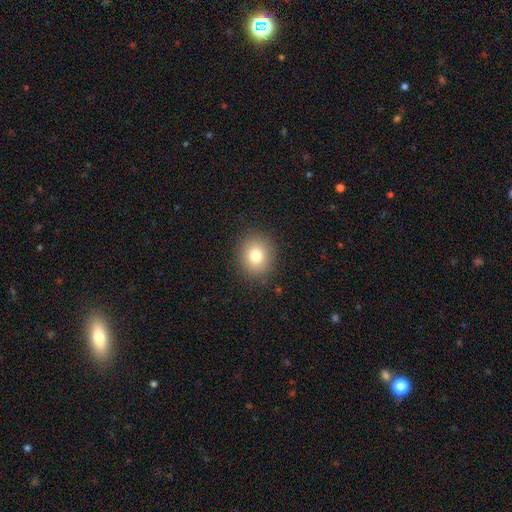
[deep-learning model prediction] A smooth galaxy with no disk features (79%) that is round (78%). Merging: none (89%).